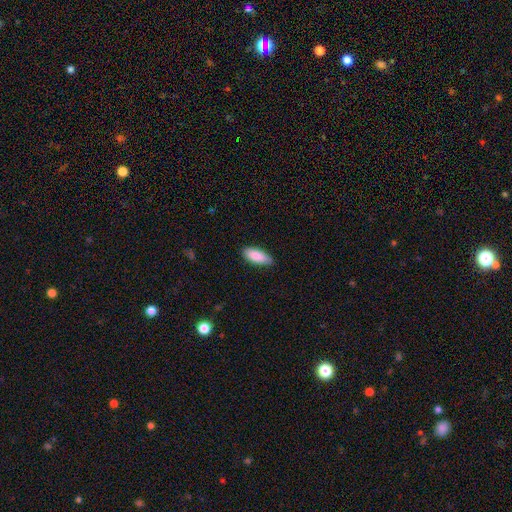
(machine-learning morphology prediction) The model was most divided on "how rounded": in between: 76%, cigar-shaped: 22%, round: 2%. More confident: smooth or featured — smooth (87%); merging — none (82%).